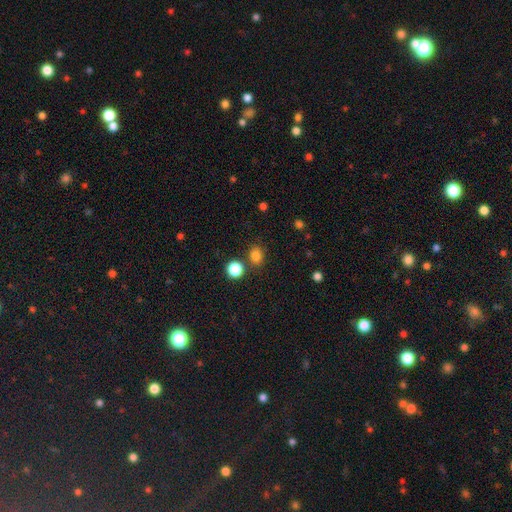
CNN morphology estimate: Smooth or featured? Predicted: smooth (p=0.82). How rounded? Predicted: round (p=0.61). Merging? Predicted: none (p=0.79).